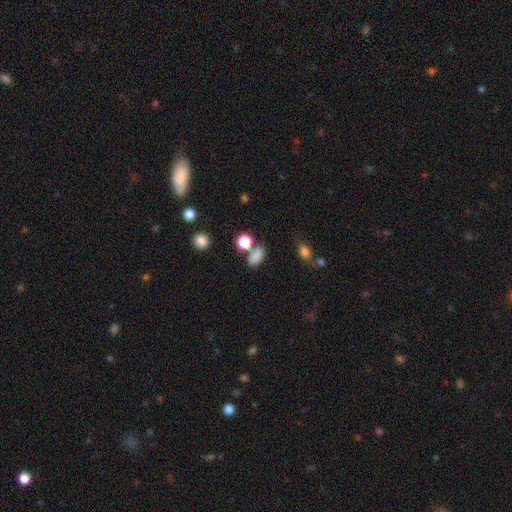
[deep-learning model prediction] Smooth or featured: smooth — 80% (star or artifact — 14%)
How rounded: in between — 79% (round — 19%)
Merging: none — 58% (merger — 21%)